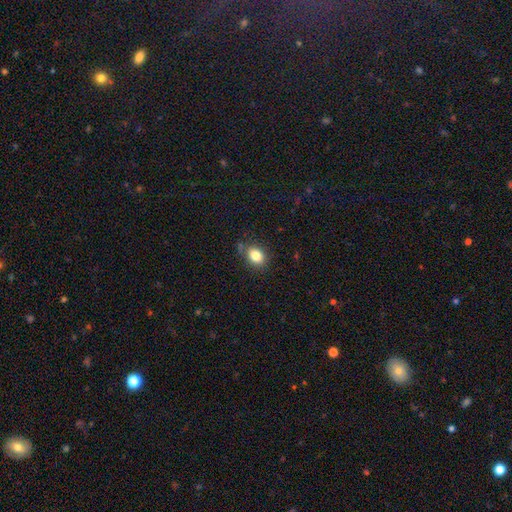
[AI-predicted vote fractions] Smooth or featured? Predicted: smooth (p=0.83). How rounded? Predicted: in between (p=0.63). Merging? Predicted: none (p=0.79).